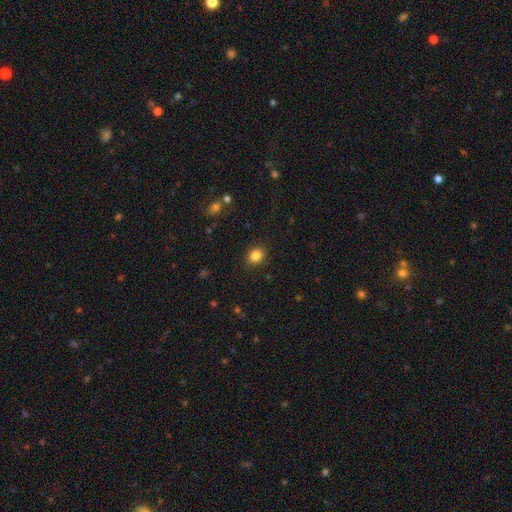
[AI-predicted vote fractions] Smooth or featured: smooth — 85% (star or artifact — 10%)
How rounded: in between — 53% (round — 46%)
Merging: none — 88% (minor disturbance — 9%)